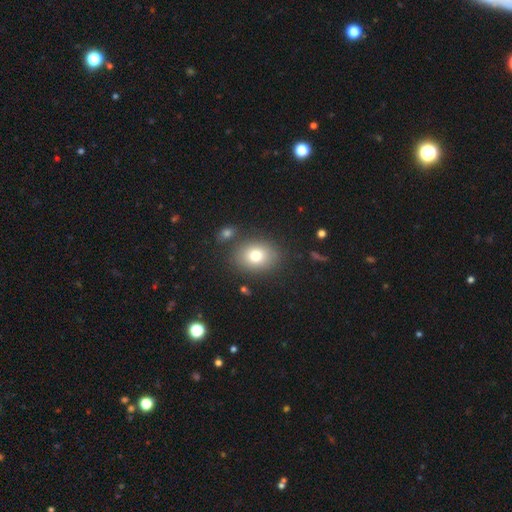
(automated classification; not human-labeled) Smooth or featured: smooth — 76% (featured or disk — 13%)
How rounded: in between — 55% (round — 44%)
Merging: none — 81% (minor disturbance — 10%)